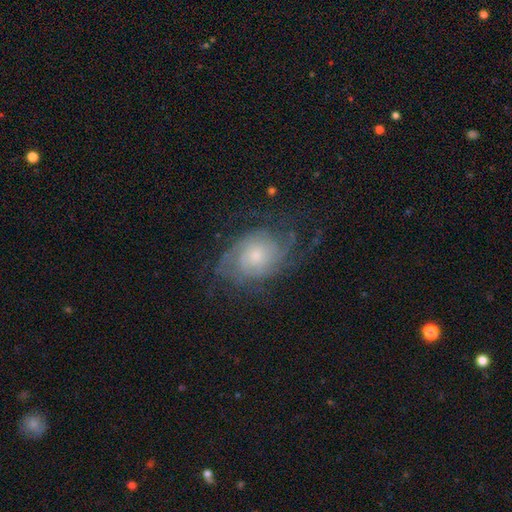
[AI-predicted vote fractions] Morphology: type=featured or disk (78%); edge-on=no (97%); bar=no (76%); spiral arms=yes (93%); winding=tight (54%); arm count=can't tell (39%); bulge=small (50%); merging=none (63%).